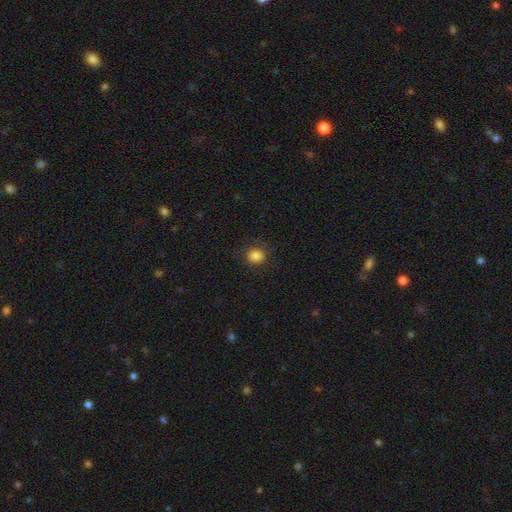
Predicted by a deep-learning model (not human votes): Overall: smooth (85%). How rounded: round (83%). Merging: none (86%).